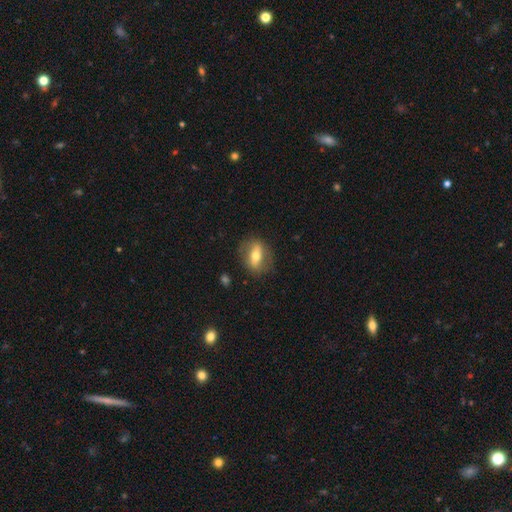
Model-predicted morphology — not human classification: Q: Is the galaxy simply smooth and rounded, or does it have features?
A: featured or disk — 47%.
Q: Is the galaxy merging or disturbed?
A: none — 80%.